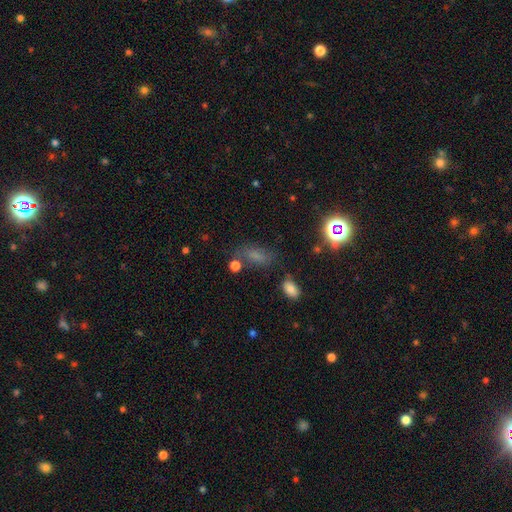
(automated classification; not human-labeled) Morphology: type=smooth (57%); roundness=in between (80%); merging=none (66%).